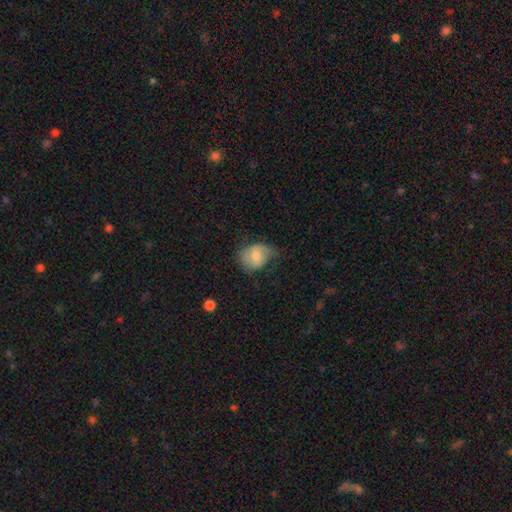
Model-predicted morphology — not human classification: Q: Smooth or featured?
A: smooth (57%); runner-up: featured or disk (36%)
Q: How rounded?
A: in between (52%); runner-up: round (47%)
Q: Merging?
A: none (45%); runner-up: minor disturbance (35%)